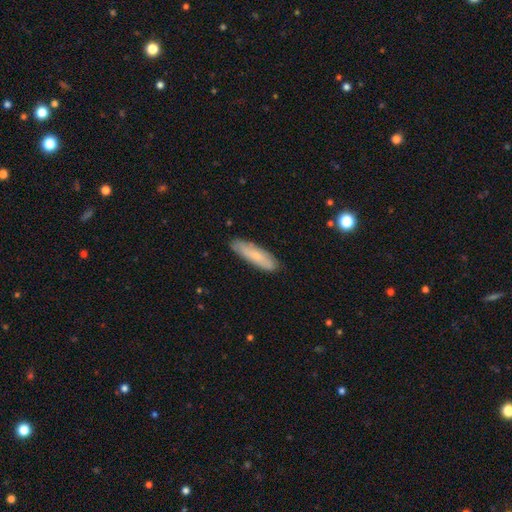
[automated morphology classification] This is likely a smooth galaxy (72%). How rounded: likely cigar-shaped (67%). Merging: clearly none (84%).